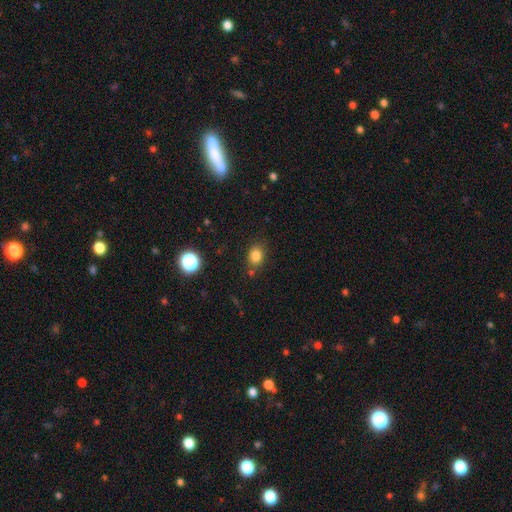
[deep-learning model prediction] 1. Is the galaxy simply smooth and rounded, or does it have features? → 81% smooth, 13% star or artifact, 6% featured or disk.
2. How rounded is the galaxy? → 54% round, 45% in between, 1% cigar-shaped.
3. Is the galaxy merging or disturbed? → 77% none, 13% minor disturbance, 6% merger, 4% major disturbance.